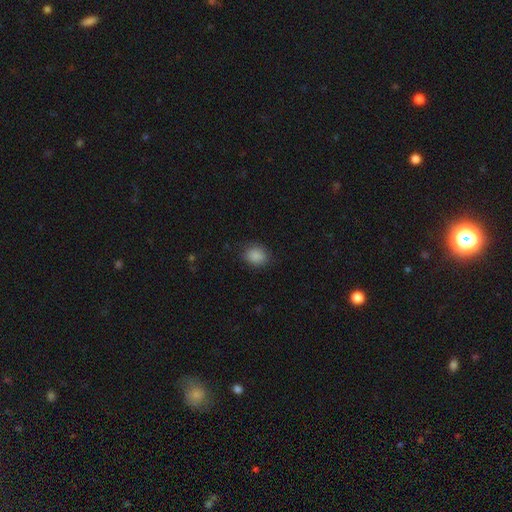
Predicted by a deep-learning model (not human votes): Smooth or featured? Predicted: smooth (p=0.87). How rounded? Predicted: round (p=0.64). Merging? Predicted: none (p=0.83).